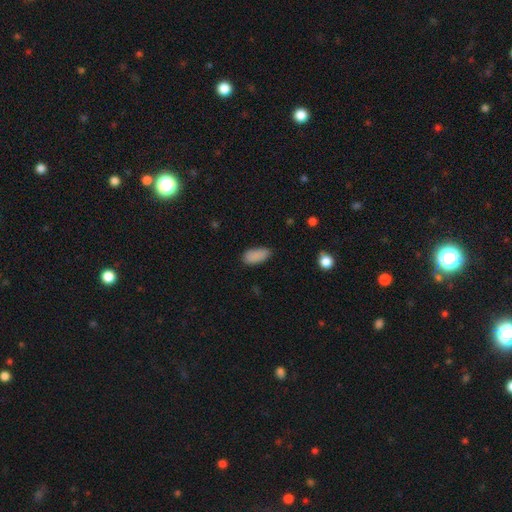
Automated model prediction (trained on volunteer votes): A smooth galaxy with no disk features (87%) that is in between round and cigar-shaped (91%).

Vote fractions:
- Smooth or featured? smooth: 87% / star or artifact: 8% / featured or disk: 5%
- How rounded? in between: 91% / cigar-shaped: 6% / round: 3%
- Merging? none: 72% / minor disturbance: 23% / major disturbance: 4% / merger: 1%